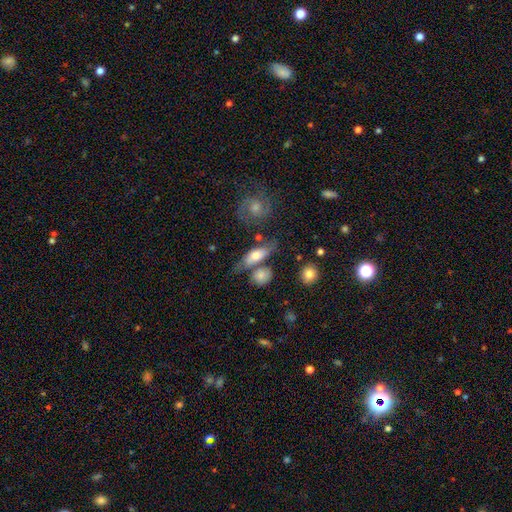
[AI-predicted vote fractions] Smooth or featured? smooth (64%)
How rounded? in between (68%)
Merging? none (48%)